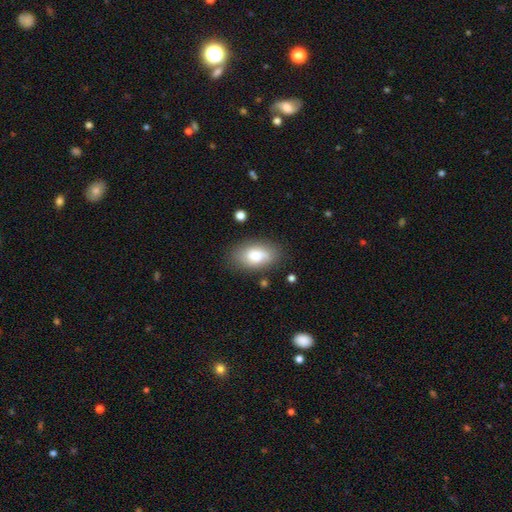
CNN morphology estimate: The model was most divided on "merging": none: 75%, minor disturbance: 18%, major disturbance: 5%, merger: 3%. More confident: how rounded — in between (92%); smooth or featured — smooth (78%).